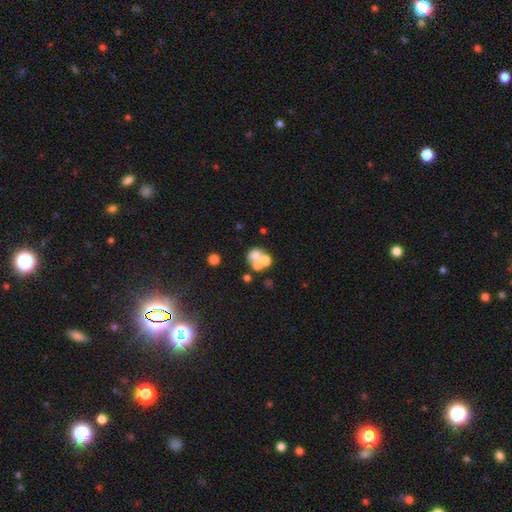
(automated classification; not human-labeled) Morphology: type=smooth (54%); roundness=round (68%); merging=merger (56%).